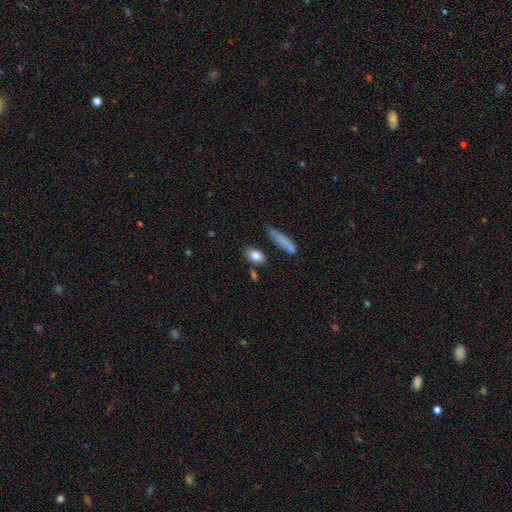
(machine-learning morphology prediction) Smooth or featured: smooth — 82% (featured or disk — 9%)
How rounded: in between — 77% (round — 15%)
Merging: none — 72% (minor disturbance — 15%)